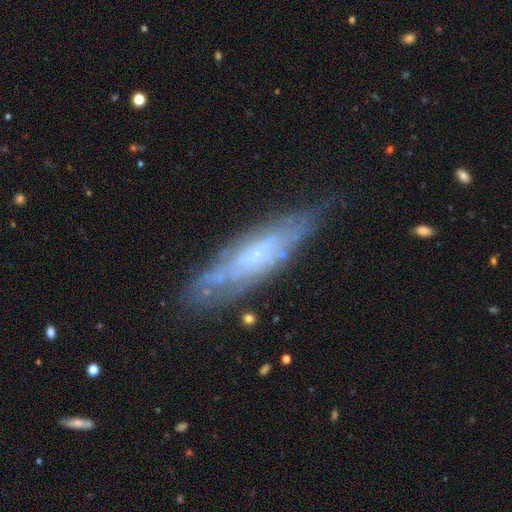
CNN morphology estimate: smooth_or_featured: featured or disk (p=0.62) [alt: smooth p=0.30]
disk_edge_on: no (p=0.50) [tied with: yes p=0.50]
merging: none (p=0.71) [alt: minor disturbance p=0.20]